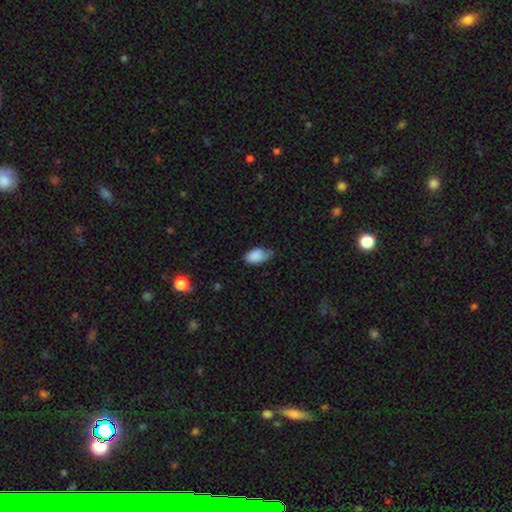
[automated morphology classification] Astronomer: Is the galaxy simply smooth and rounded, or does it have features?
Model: smooth — 86%.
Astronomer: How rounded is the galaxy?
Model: in between — 94%.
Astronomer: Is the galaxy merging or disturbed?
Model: none — 47% (runner-up: minor disturbance, 43%).